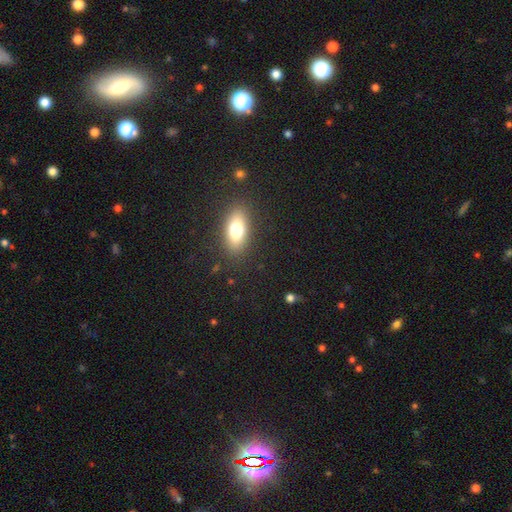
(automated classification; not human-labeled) Morphology: type=smooth (67%); roundness=in between (77%); merging=none (88%).